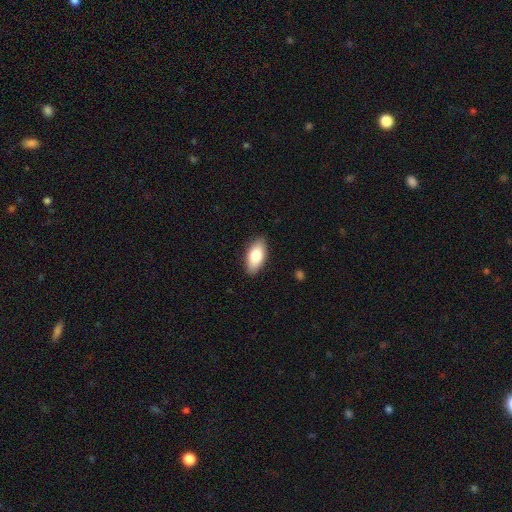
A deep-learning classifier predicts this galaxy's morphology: A smooth galaxy with no disk features (81%) that is in between round and cigar-shaped (91%). Merging: none (88%).